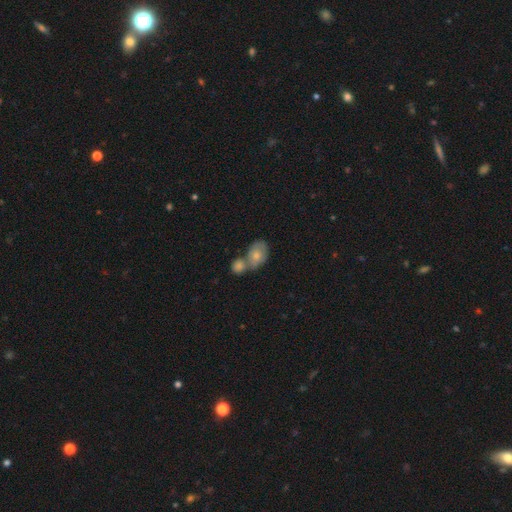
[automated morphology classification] Smooth or featured?
  - smooth: 74% *
  - featured or disk: 19%
  - star or artifact: 7%
How rounded?
  - in between: 76% *
  - round: 23%
  - cigar-shaped: 2%
Merging?
  - merger: 61% *
  - none: 25%
  - minor disturbance: 10%
  - major disturbance: 4%